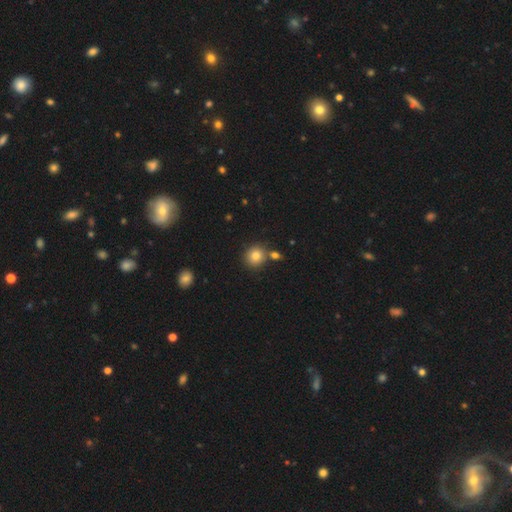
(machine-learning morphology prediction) Smooth or featured? Predicted: smooth (p=0.81). How rounded? Predicted: round (p=0.86). Merging? Predicted: none (p=0.73).